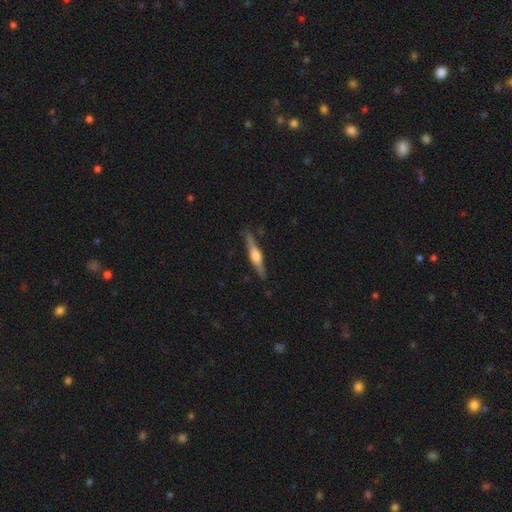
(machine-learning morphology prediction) featured or disk 73%, smooth 22%, star or artifact 5%. Down the decision tree: edge-on disk — yes (98%); edge-on bulge — rounded (87%); merging — none (89%).